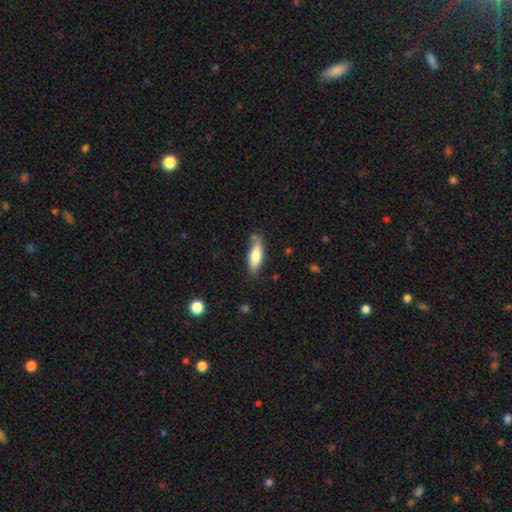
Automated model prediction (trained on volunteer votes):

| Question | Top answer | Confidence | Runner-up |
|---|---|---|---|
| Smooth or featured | smooth | 73% | featured or disk (21%) |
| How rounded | in between | 55% | cigar-shaped (43%) |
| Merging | none | 69% | minor disturbance (21%) |